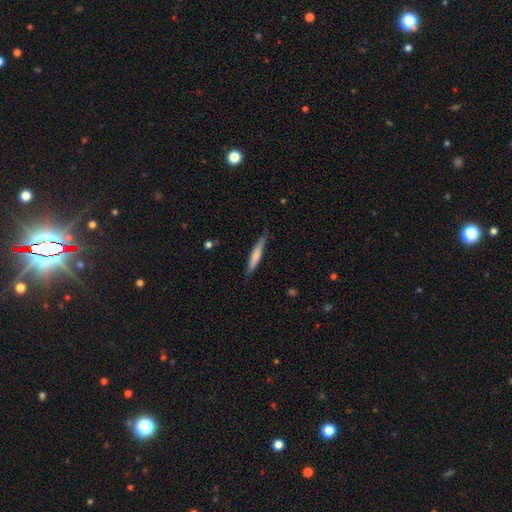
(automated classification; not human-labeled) Smooth or featured? smooth (67%)
How rounded? cigar-shaped (93%)
Merging? none (82%)